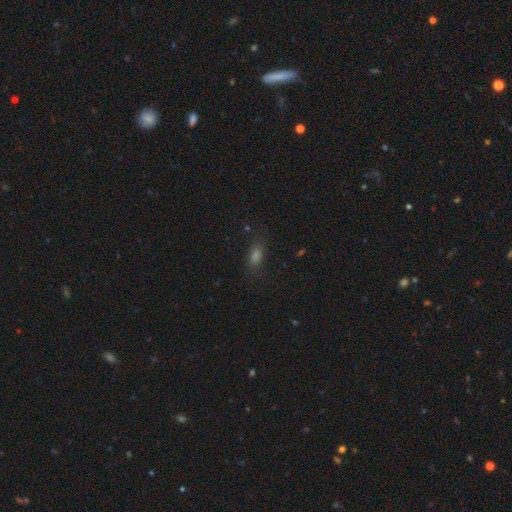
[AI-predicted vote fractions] smooth_or_featured: smooth (p=0.62) [alt: star or artifact p=0.26]
how_rounded: in between (p=0.70) [alt: cigar-shaped p=0.18]
merging: none (p=0.78) [alt: minor disturbance p=0.14]